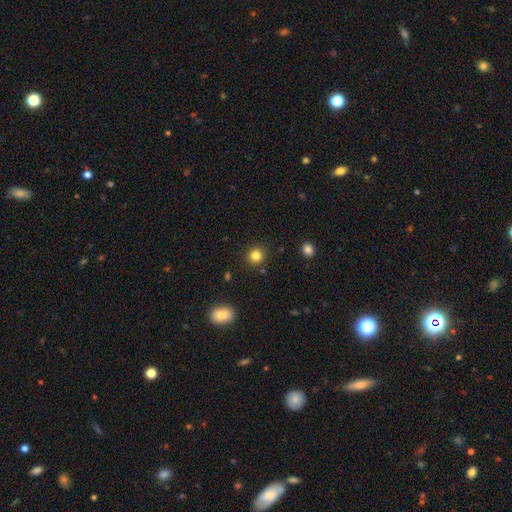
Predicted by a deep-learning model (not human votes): smooth 83%, star or artifact 12%, featured or disk 5%. Down the decision tree: how rounded — round (88%); merging — none (89%).